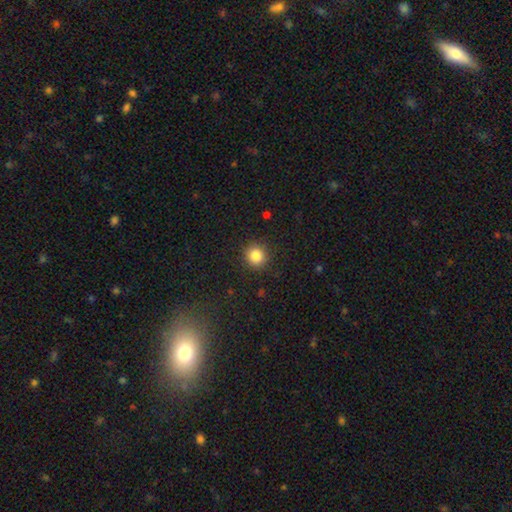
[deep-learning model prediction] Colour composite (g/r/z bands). It shows a smooth galaxy with no disk features (84%) that is round (91%). Merging: none (90%).